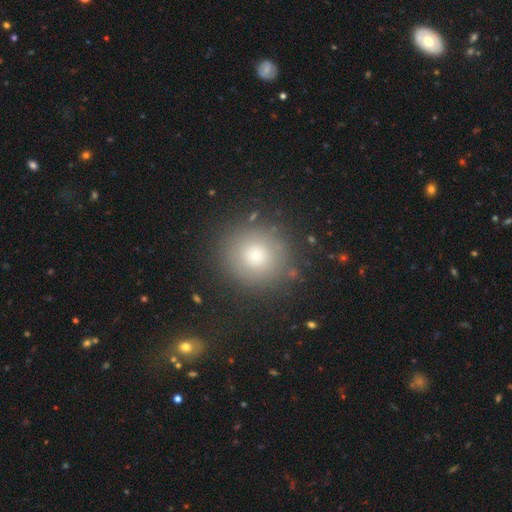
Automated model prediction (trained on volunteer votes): smooth-or-featured: smooth: 70% | featured or disk: 16% | star or artifact: 15%
  how-rounded: round: 93% | in between: 6% | cigar-shaped: 1%
  merging: none: 84% | minor disturbance: 9% | major disturbance: 4% | merger: 2%